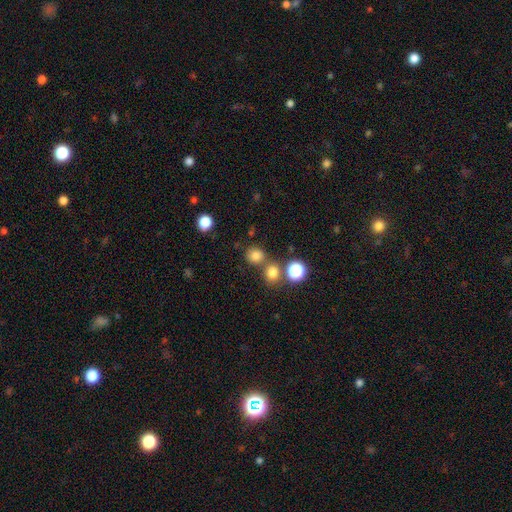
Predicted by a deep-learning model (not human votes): This appears to be a smooth galaxy with no disk features (77%) that is round (83%). Merging: none (68%).